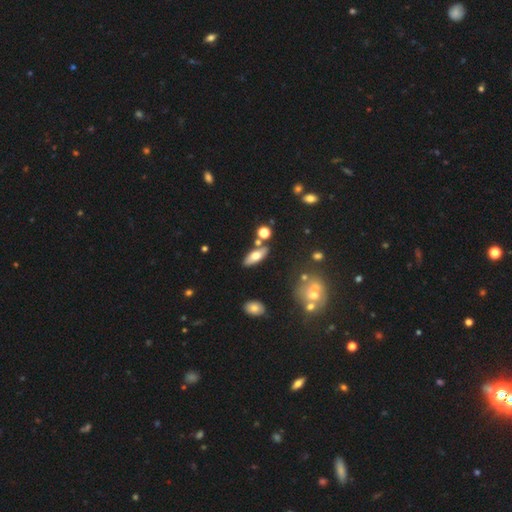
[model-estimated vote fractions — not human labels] smooth-or-featured: smooth: 60% | featured or disk: 32% | star or artifact: 8%
  how-rounded: in between: 65% | cigar-shaped: 31% | round: 4%
  merging: none: 76% | minor disturbance: 11% | merger: 9% | major disturbance: 3%